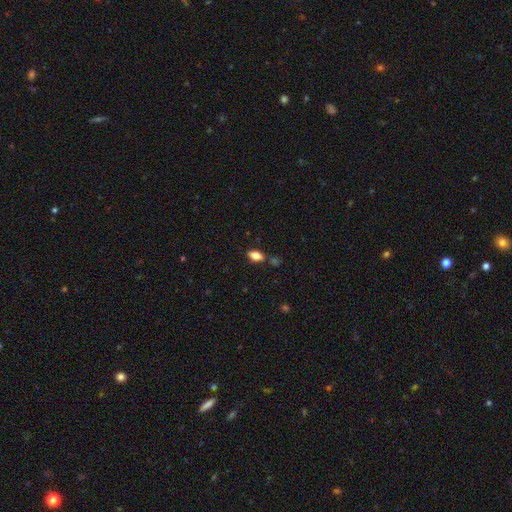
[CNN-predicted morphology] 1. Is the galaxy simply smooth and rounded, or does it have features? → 82% smooth, 9% star or artifact, 9% featured or disk.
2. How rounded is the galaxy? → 89% in between, 6% cigar-shaped, 5% round.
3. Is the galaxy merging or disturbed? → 72% none, 14% minor disturbance, 10% merger, 4% major disturbance.